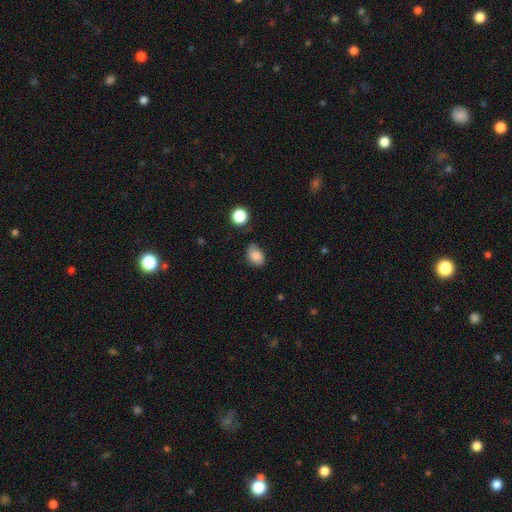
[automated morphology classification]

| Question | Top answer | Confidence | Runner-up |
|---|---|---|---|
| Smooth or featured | smooth | 77% | featured or disk (13%) |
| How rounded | in between | 65% | round (34%) |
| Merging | none | 58% | minor disturbance (30%) |